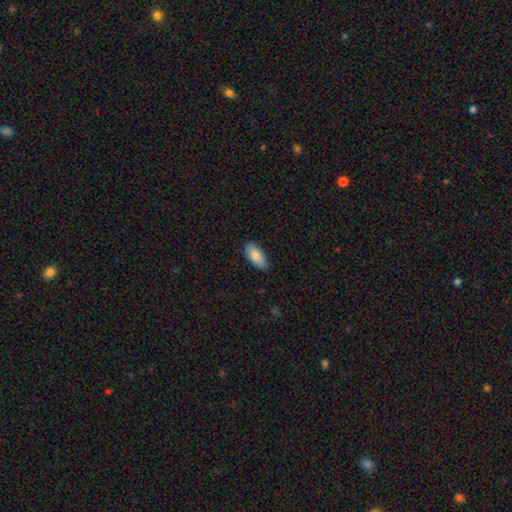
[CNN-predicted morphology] smooth-or-featured: smooth: 87% | featured or disk: 7% | star or artifact: 6%
  how-rounded: in between: 90% | cigar-shaped: 8% | round: 2%
  merging: none: 84% | minor disturbance: 13% | major disturbance: 2% | merger: 1%